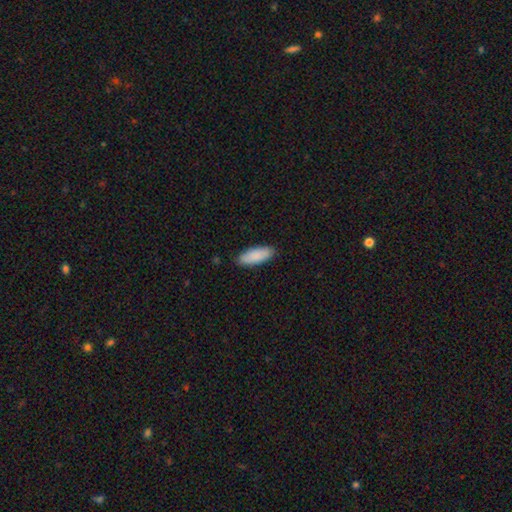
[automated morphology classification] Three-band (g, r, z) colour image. It shows a smooth galaxy with no disk features (89%) that is in between round and cigar-shaped (74%). Merging: none (88%).